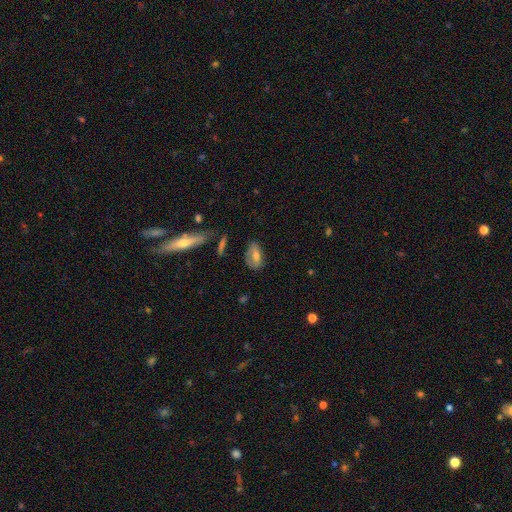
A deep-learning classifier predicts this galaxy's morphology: Smooth or featured: smooth — 60% (featured or disk — 31%)
How rounded: in between — 82% (cigar-shaped — 12%)
Merging: none — 69% (minor disturbance — 20%)